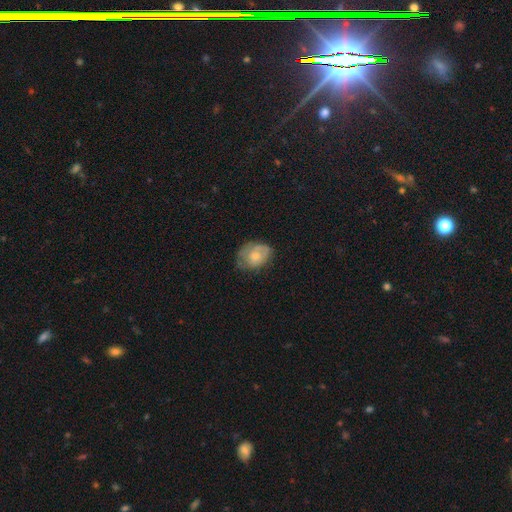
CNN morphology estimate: Smooth or featured? smooth (55%)
How rounded? in between (61%)
Merging? none (54%)